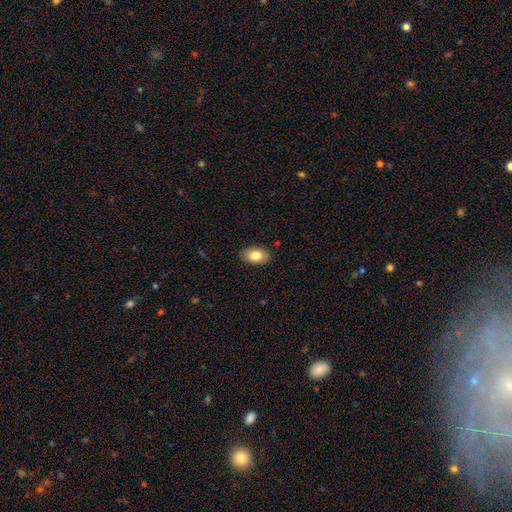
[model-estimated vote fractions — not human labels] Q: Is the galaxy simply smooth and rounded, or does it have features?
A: smooth — 82%.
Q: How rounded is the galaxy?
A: in between — 90%.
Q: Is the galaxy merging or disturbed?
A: none — 87%.